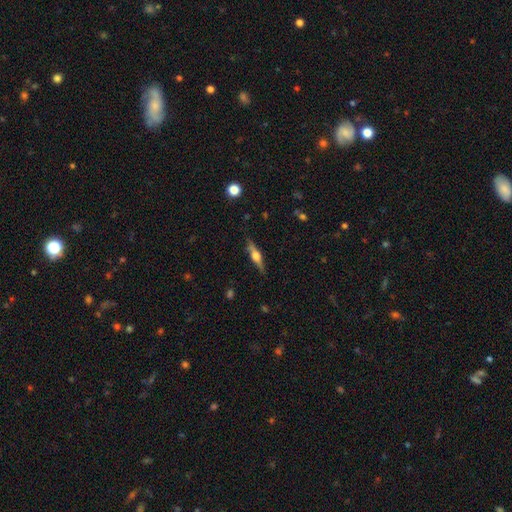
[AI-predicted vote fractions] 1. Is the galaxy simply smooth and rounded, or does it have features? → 64% featured or disk, 29% smooth, 7% star or artifact.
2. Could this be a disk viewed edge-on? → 96% yes, 4% no.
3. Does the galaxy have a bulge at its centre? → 87% rounded, 11% boxy, 3% none.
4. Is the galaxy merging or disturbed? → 83% none, 13% minor disturbance, 3% major disturbance, 2% merger.